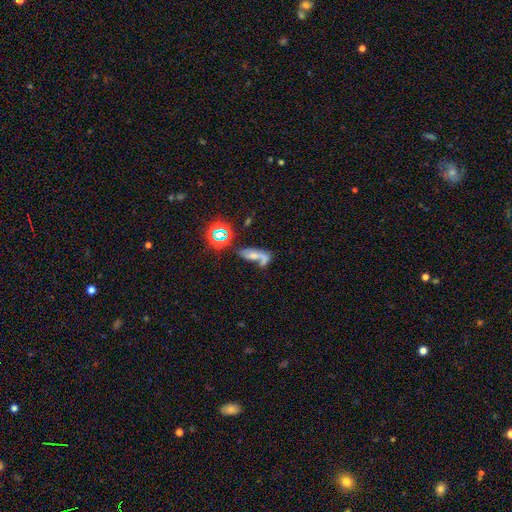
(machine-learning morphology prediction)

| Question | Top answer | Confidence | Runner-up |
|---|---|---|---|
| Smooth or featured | featured or disk | 42% | smooth (38%) |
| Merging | merger | 37% | none (29%) |